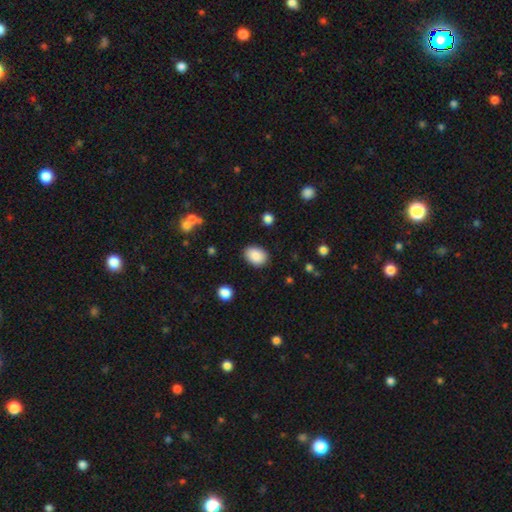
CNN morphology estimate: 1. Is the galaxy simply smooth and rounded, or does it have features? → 88% smooth, 7% star or artifact, 5% featured or disk.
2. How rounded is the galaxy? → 75% in between, 24% round, 1% cigar-shaped.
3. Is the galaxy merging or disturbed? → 86% none, 10% minor disturbance, 3% major disturbance, 1% merger.